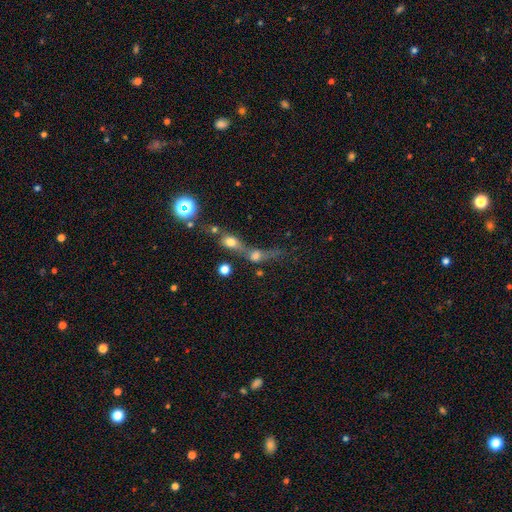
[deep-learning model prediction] smooth-or-featured: smooth: 62% | featured or disk: 21% | star or artifact: 17%
  how-rounded: round: 46% | in between: 41% | cigar-shaped: 13%
  merging: merger: 65% | none: 18% | major disturbance: 10% | minor disturbance: 7%